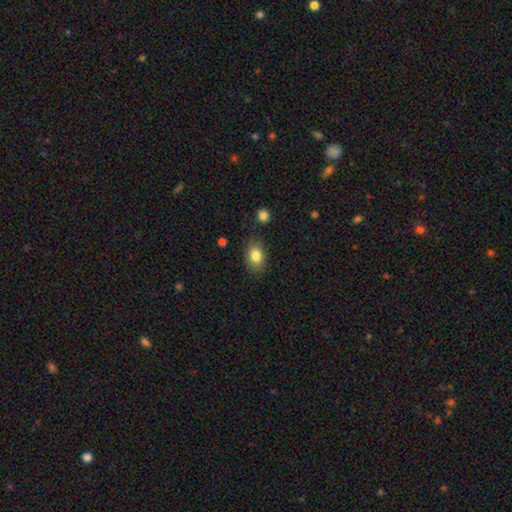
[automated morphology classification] Smooth or featured: smooth — 83% (featured or disk — 9%)
How rounded: in between — 82% (round — 16%)
Merging: none — 79% (minor disturbance — 15%)